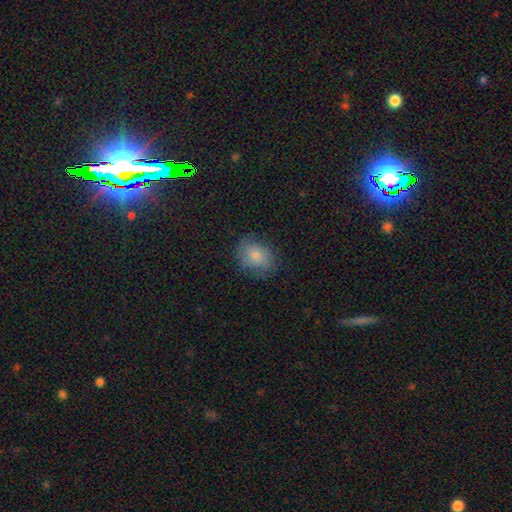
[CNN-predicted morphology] The model was most divided on "how rounded": in between: 63%, round: 36%, cigar-shaped: 1%. More confident: smooth or featured — smooth (82%); merging — none (75%).